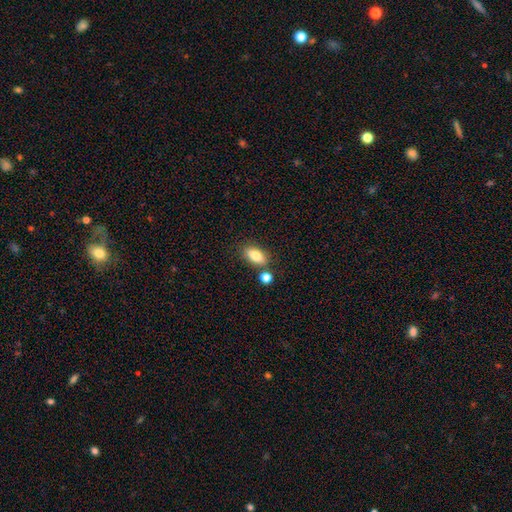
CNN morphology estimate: smooth_or_featured: smooth (p=0.81) [alt: featured or disk p=0.11]
how_rounded: in between (p=0.86) [alt: round p=0.07]
merging: none (p=0.73) [alt: merger p=0.13]